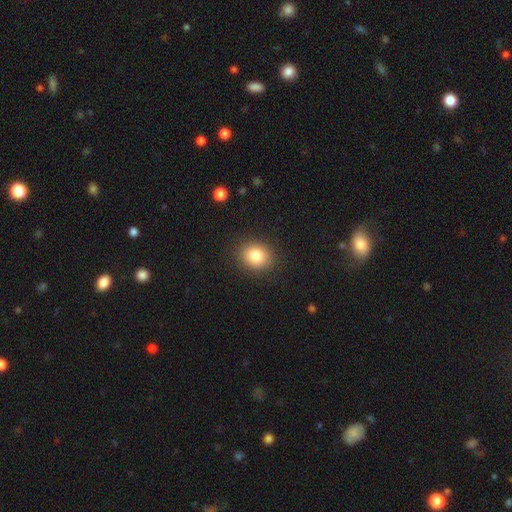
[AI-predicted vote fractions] Smooth or featured?
  - smooth: 82% *
  - star or artifact: 10%
  - featured or disk: 7%
How rounded?
  - round: 63% *
  - in between: 36%
  - cigar-shaped: 1%
Merging?
  - none: 88% *
  - minor disturbance: 8%
  - major disturbance: 3%
  - merger: 1%